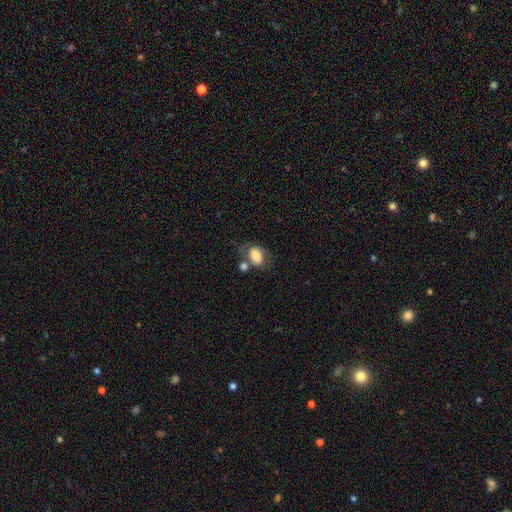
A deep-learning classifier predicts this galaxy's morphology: Smooth or featured: smooth — 67% (featured or disk — 25%)
How rounded: in between — 79% (round — 20%)
Merging: none — 44% (merger — 24%)